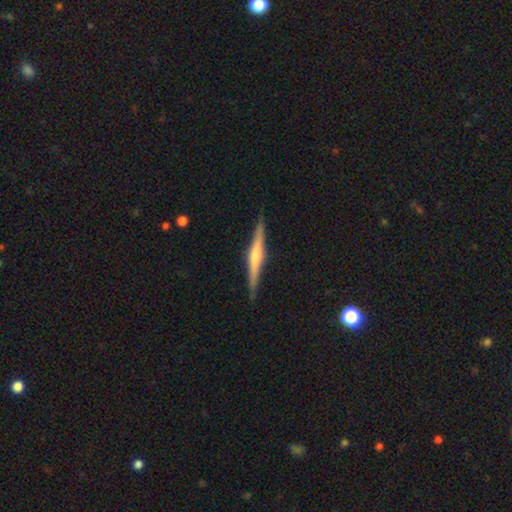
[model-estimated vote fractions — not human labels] A featured or disk galaxy (66%) viewed edge-on (98%) with a rounded central bulge (66%). Merging: none (90%).